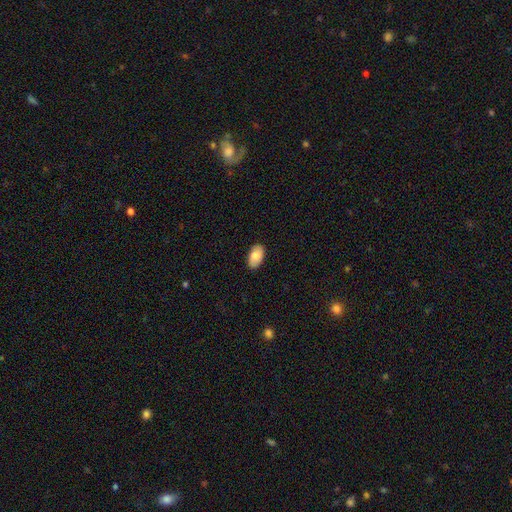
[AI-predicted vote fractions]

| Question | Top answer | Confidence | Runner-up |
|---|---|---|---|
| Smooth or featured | smooth | 85% | featured or disk (9%) |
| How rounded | in between | 95% | round (4%) |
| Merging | none | 87% | minor disturbance (10%) |